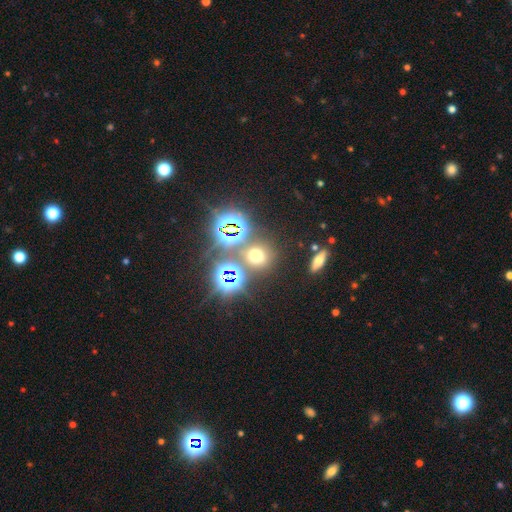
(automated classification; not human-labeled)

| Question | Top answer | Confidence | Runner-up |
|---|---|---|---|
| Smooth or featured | star or artifact | 47% | smooth (44%) |